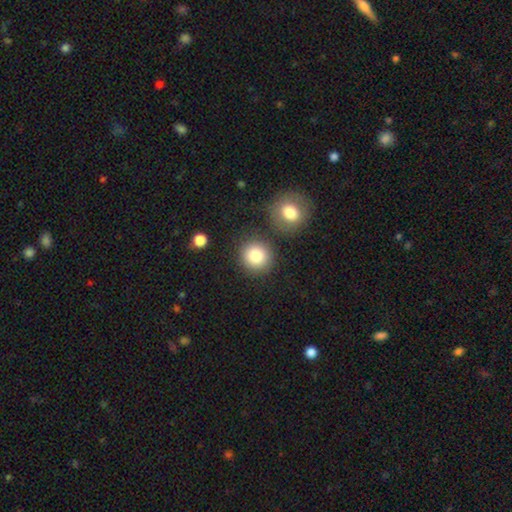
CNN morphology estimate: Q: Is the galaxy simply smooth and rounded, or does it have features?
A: smooth — 84%.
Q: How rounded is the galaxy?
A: round — 89%.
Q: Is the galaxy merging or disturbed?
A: none — 79%.